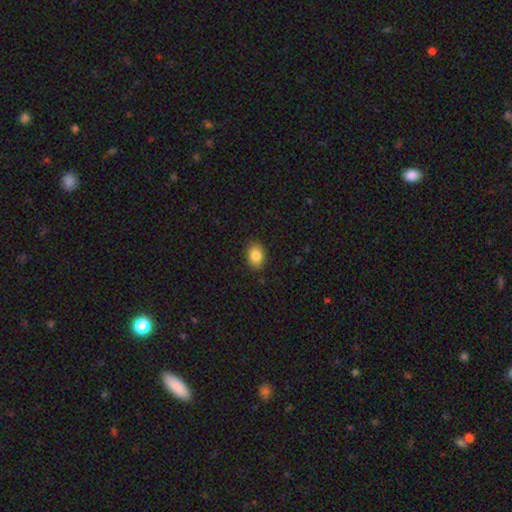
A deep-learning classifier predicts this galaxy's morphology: smooth-or-featured: smooth: 85% | star or artifact: 8% | featured or disk: 6%
  how-rounded: in between: 73% | round: 26% | cigar-shaped: 1%
  merging: none: 88% | minor disturbance: 9% | major disturbance: 2% | merger: 1%